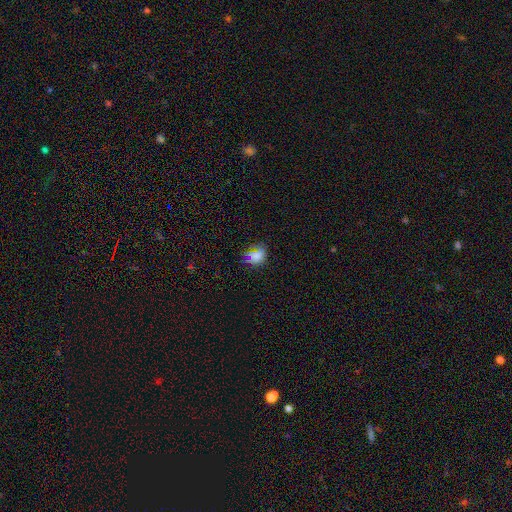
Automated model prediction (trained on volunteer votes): Overall: smooth (65%; star or artifact 25%). How rounded: round (51%; in between 46%). Merging: none (65%).